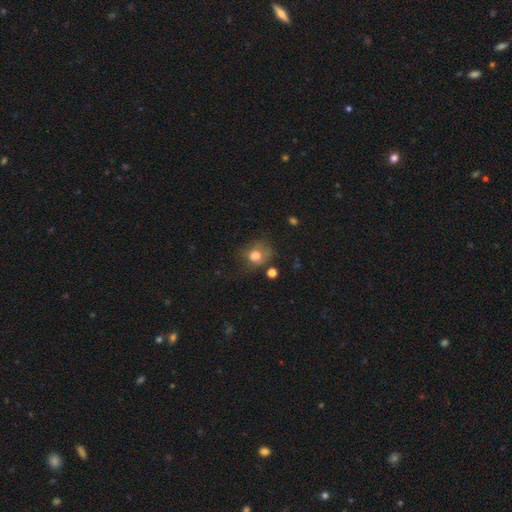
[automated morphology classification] smooth 73%, featured or disk 15%, star or artifact 11%. Down the decision tree: how rounded — round (62%); merging — none (45%).